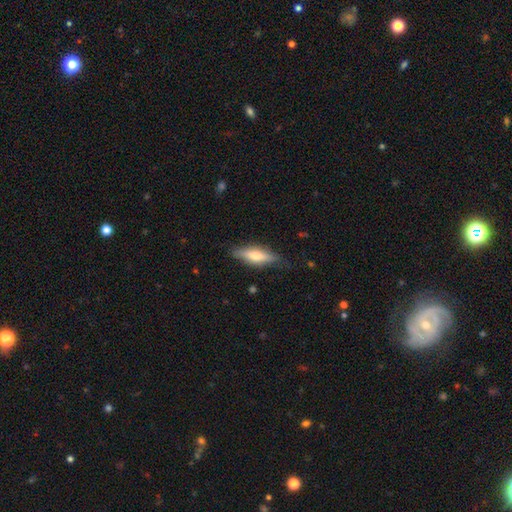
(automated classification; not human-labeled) Overall: smooth (49%; featured or disk 45%). Merging: none (80%).